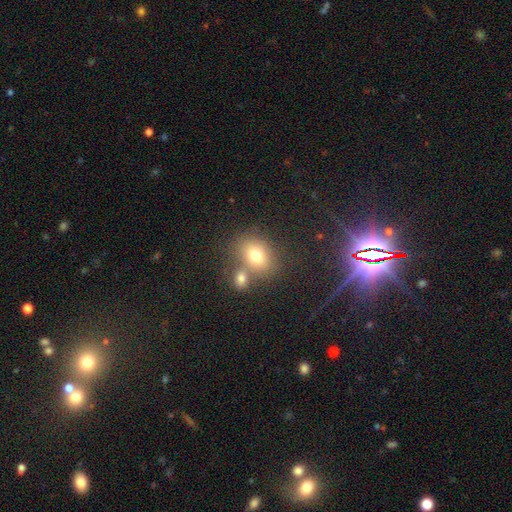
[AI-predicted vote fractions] Q: Smooth or featured?
A: smooth (75%); runner-up: featured or disk (13%)
Q: How rounded?
A: in between (56%); runner-up: round (43%)
Q: Merging?
A: none (47%); runner-up: merger (37%)